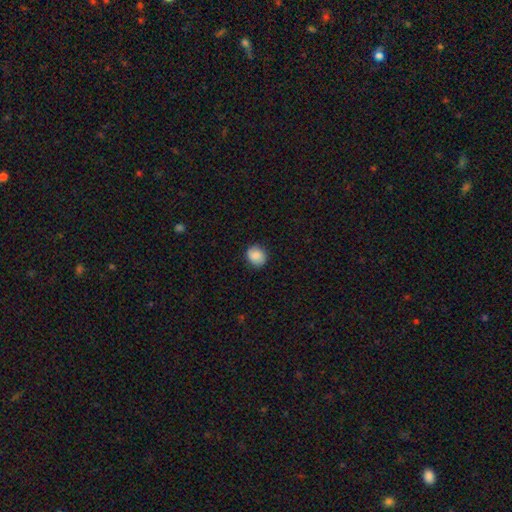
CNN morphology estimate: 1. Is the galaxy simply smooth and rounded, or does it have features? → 86% smooth, 8% star or artifact, 6% featured or disk.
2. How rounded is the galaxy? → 75% round, 24% in between, 1% cigar-shaped.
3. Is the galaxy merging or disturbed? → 85% none, 11% minor disturbance, 3% major disturbance, 1% merger.